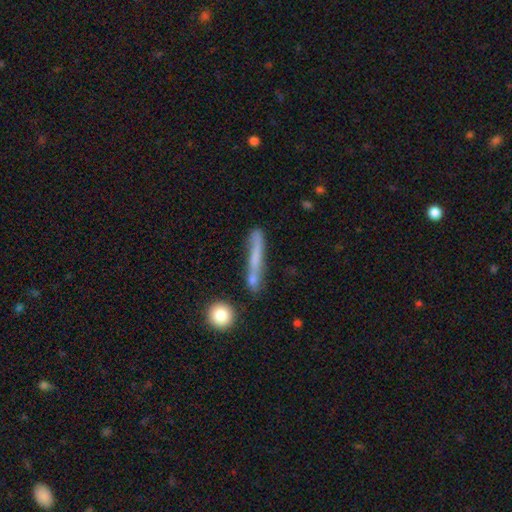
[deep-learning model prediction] This appears to be a smooth galaxy with no disk features (56%) that is cigar-shaped (92%). Merging: none (65%).